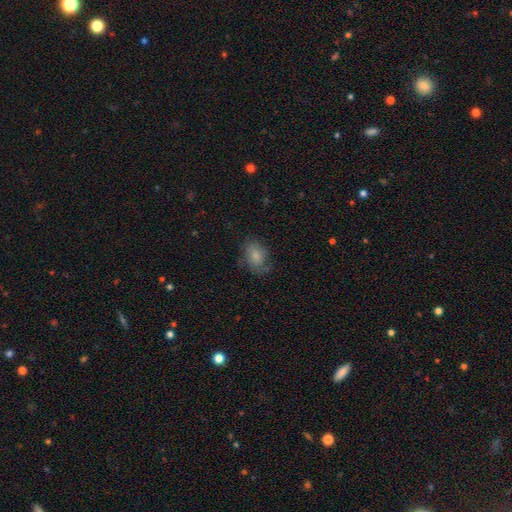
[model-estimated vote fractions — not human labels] Overall: smooth (75%). How rounded: in between (74%). Merging: none (61%; minor disturbance 26%).